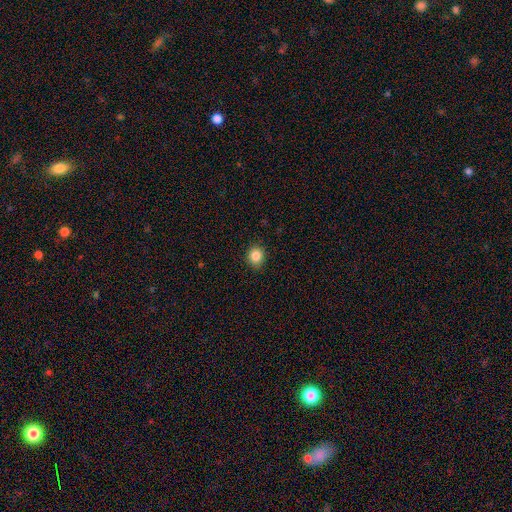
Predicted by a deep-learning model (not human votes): A smooth galaxy with no disk features (85%) that is round (74%).

Vote fractions:
- Smooth or featured? smooth: 85% / star or artifact: 10% / featured or disk: 4%
- How rounded? round: 74% / in between: 25% / cigar-shaped: 1%
- Merging? none: 90% / minor disturbance: 7% / major disturbance: 2% / merger: 1%